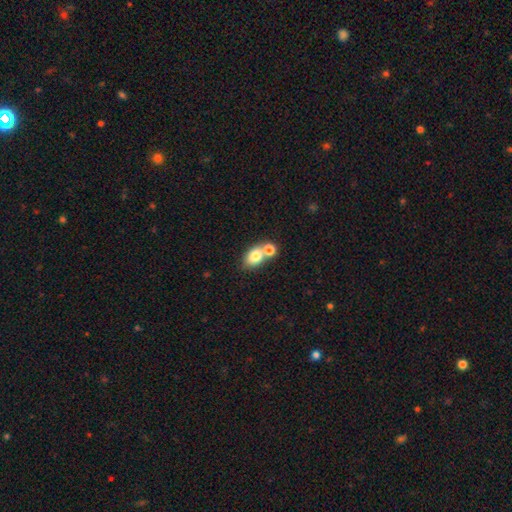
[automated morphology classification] Smooth or featured? smooth (77%)
How rounded? in between (69%)
Merging? merger (47%)